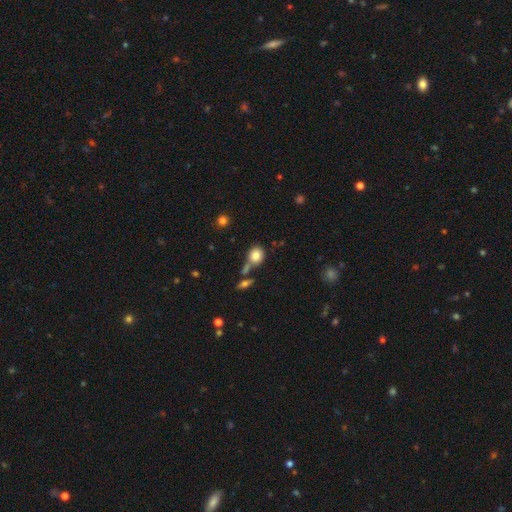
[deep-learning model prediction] The model was most divided on "how rounded": round: 67%, in between: 31%, cigar-shaped: 1%. More confident: smooth or featured — smooth (82%); merging — none (60%).